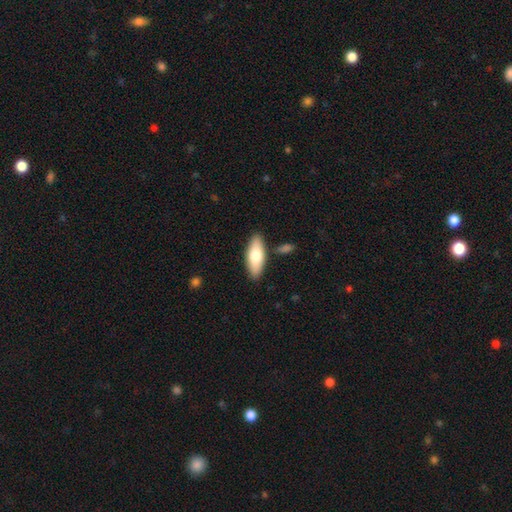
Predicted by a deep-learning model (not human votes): smooth_or_featured: smooth (p=0.72) [alt: featured or disk p=0.22]
how_rounded: in between (p=0.74) [alt: cigar-shaped p=0.24]
merging: none (p=0.84) [alt: minor disturbance p=0.10]